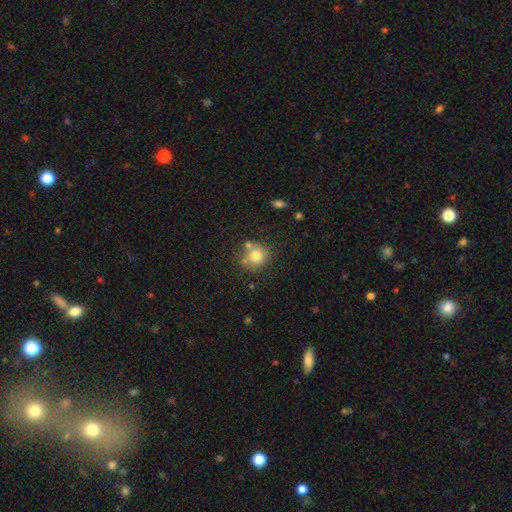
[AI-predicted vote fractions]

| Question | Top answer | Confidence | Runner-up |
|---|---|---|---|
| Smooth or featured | smooth | 76% | featured or disk (13%) |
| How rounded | round | 80% | in between (19%) |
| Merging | none | 62% | merger (18%) |